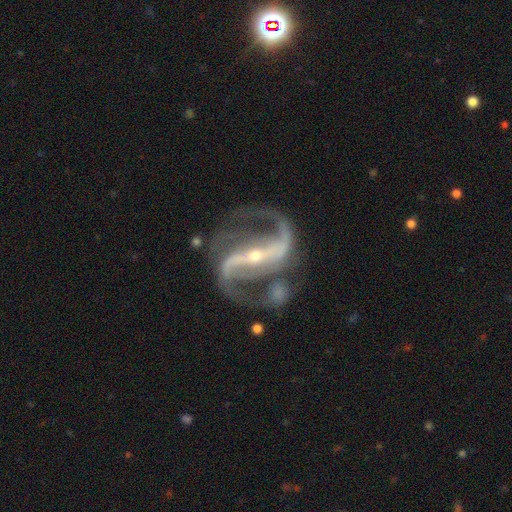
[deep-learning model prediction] A featured or disk galaxy (93%) with a strong bar (78%), 2 (93%) medium (52%) spiral arms (98%) and a small central bulge (76%). Merging: none (67%).